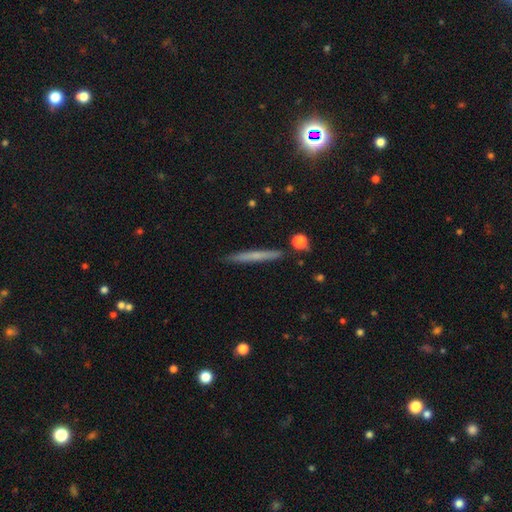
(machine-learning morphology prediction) A smooth galaxy with no disk features (56%) that is cigar-shaped (96%). Merging: none (89%).